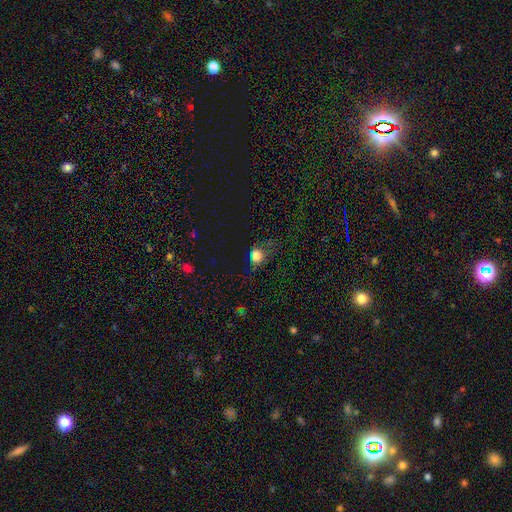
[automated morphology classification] A smooth galaxy with no disk features (77%) that is round (68%). Merging: none (52%).